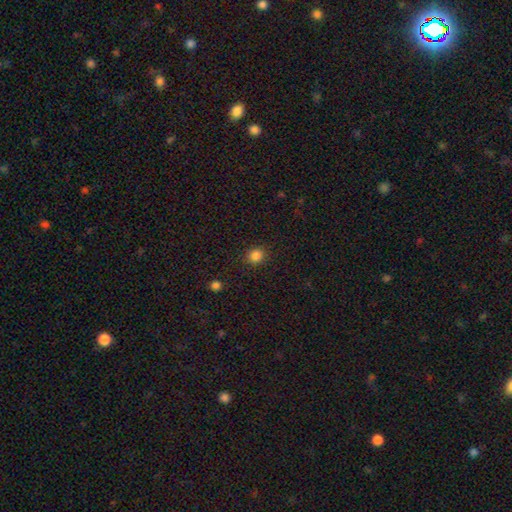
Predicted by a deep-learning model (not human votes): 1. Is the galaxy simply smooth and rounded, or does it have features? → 85% smooth, 12% star or artifact, 4% featured or disk.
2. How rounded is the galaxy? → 82% round, 17% in between, 1% cigar-shaped.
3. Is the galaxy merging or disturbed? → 90% none, 7% minor disturbance, 2% major disturbance, 1% merger.